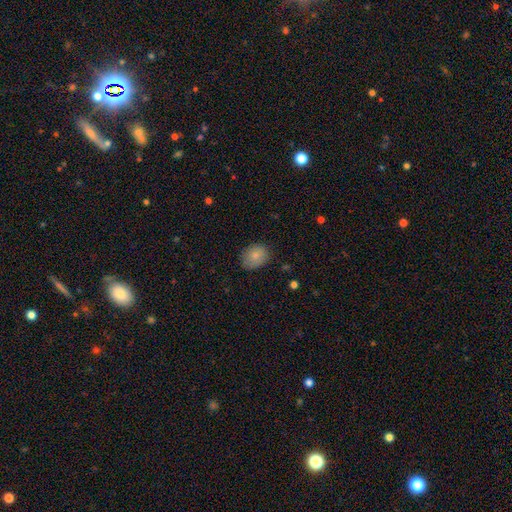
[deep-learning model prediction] Smooth or featured? Predicted: smooth (p=0.82). How rounded? Predicted: in between (p=0.56). Merging? Predicted: none (p=0.78).